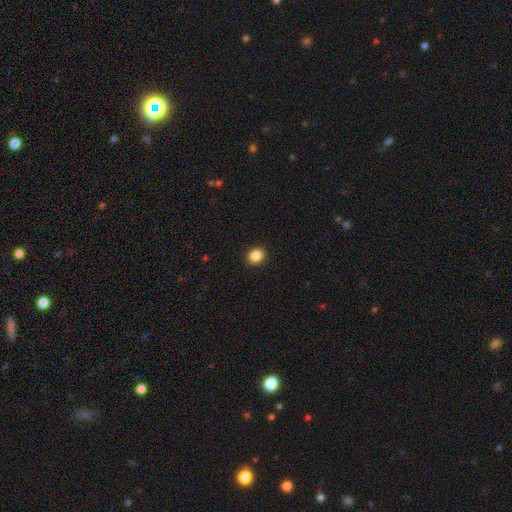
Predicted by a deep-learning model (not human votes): The model was most divided on "how rounded": round: 60%, in between: 39%, cigar-shaped: 1%. More confident: merging — none (91%); smooth or featured — smooth (87%).